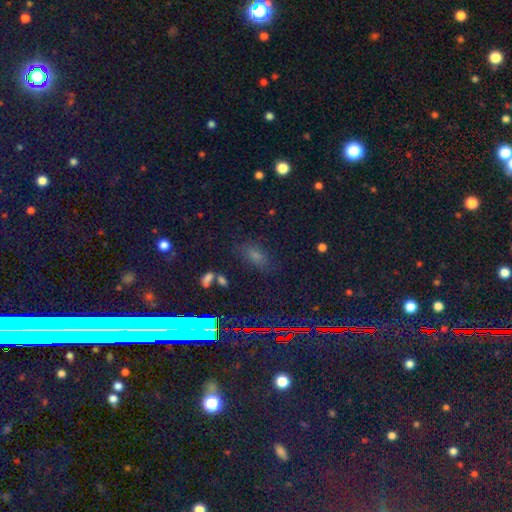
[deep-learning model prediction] smooth-or-featured: smooth: 49% | star or artifact: 39% | featured or disk: 12%
  merging: none: 78% | minor disturbance: 13% | major disturbance: 6% | merger: 4%